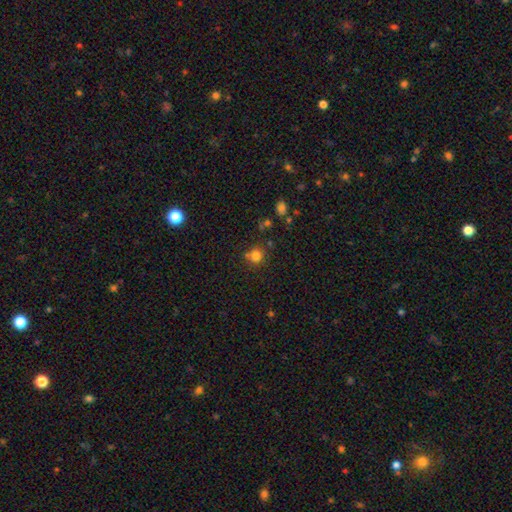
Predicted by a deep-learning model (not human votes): smooth 77%, star or artifact 16%, featured or disk 7%. Down the decision tree: how rounded — round (88%); merging — none (68%).